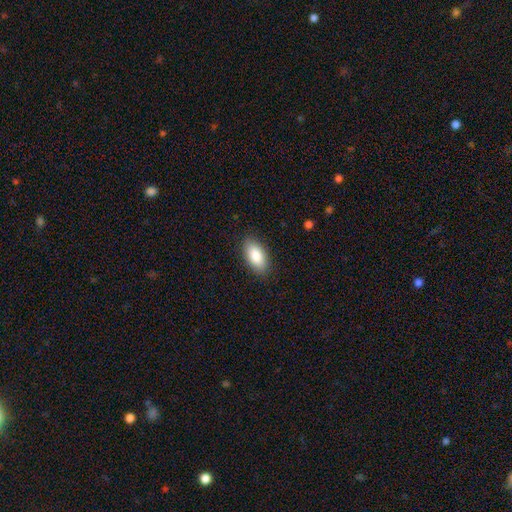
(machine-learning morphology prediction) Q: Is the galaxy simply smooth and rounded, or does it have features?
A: smooth — 87%.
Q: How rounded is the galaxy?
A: in between — 93%.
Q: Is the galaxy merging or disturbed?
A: none — 87%.